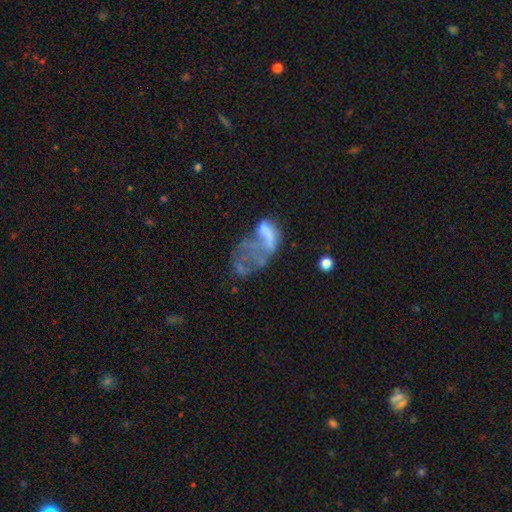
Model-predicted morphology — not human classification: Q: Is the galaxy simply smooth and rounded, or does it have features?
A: featured or disk — 47%.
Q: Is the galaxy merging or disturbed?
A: major disturbance — 43%.